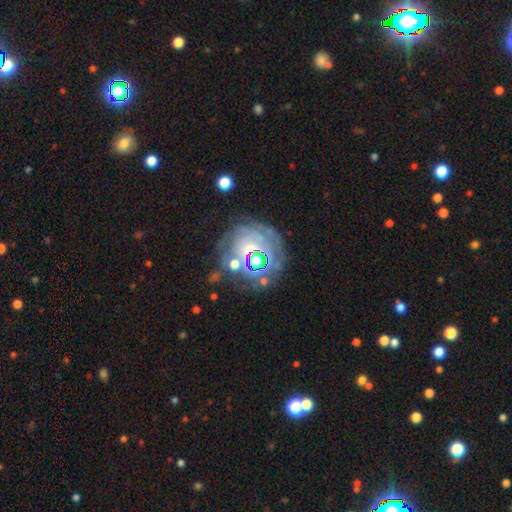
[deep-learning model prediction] A featured or disk galaxy (46%). Merging: none (57%).